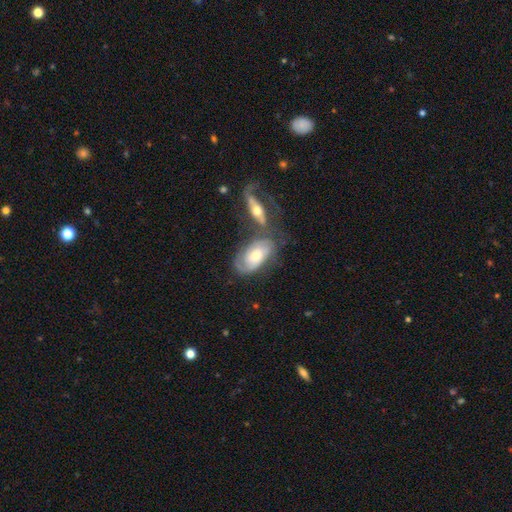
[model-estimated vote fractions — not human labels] This is likely a featured or disk galaxy (72%). It is clearly not viewed edge-on (90%). Bar: likely no (68%). Spiral arm pattern: clearly yes (89%). Spiral arm count: possibly 2 (58%). Spiral winding: possibly tight (55%). Central bulge: likely moderate (62%). Merging: marginally none (41%).